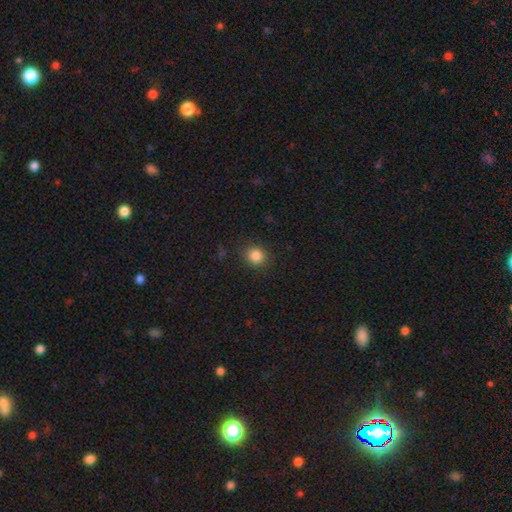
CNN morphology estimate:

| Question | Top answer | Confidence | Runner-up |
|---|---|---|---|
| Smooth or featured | smooth | 85% | star or artifact (11%) |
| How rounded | round | 83% | in between (16%) |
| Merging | none | 88% | minor disturbance (8%) |